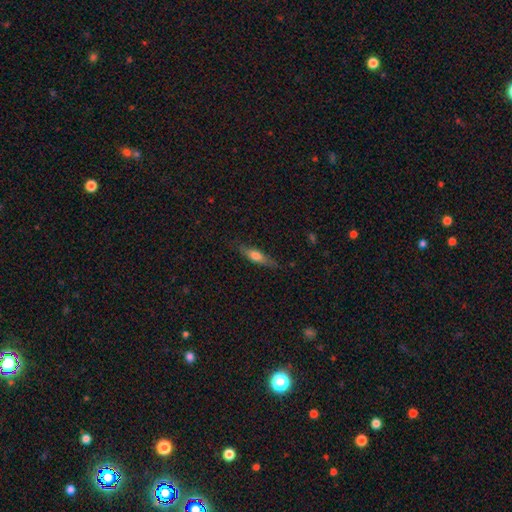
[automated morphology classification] smooth 55%, featured or disk 38%, star or artifact 7%. Down the decision tree: how rounded — cigar-shaped (68%); merging — none (80%).